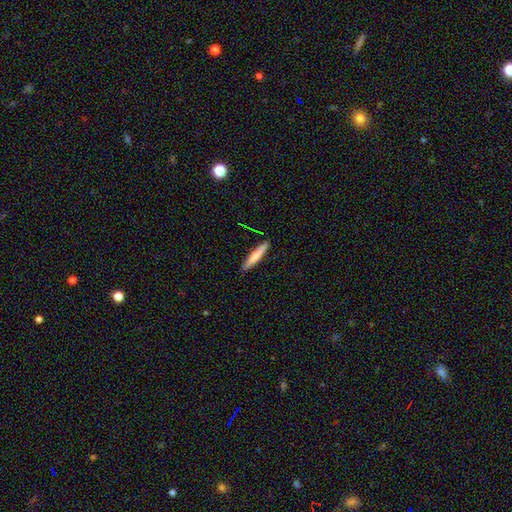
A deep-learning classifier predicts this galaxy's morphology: smooth-or-featured: smooth: 69% | featured or disk: 26% | star or artifact: 6%
  how-rounded: cigar-shaped: 92% | in between: 6% | round: 1%
  merging: none: 91% | minor disturbance: 7% | major disturbance: 1% | merger: 1%